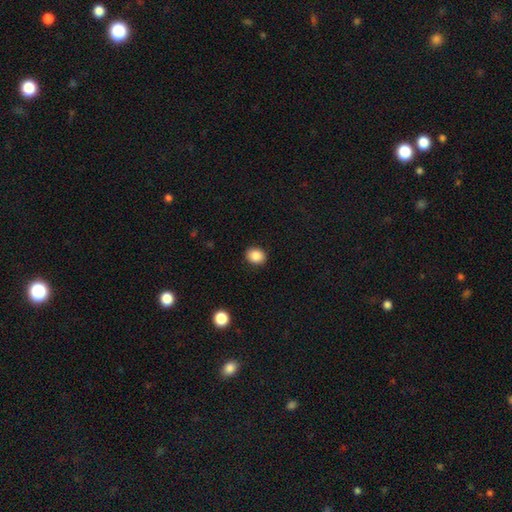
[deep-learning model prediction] The model was most divided on "how rounded": round: 57%, in between: 43%, cigar-shaped: 1%. More confident: merging — none (90%); smooth or featured — smooth (87%).